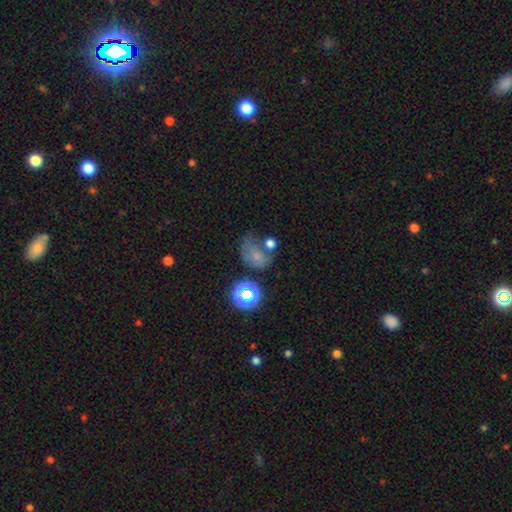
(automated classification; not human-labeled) Smooth or featured? smooth (56%)
How rounded? in between (62%)
Merging? none (32%)